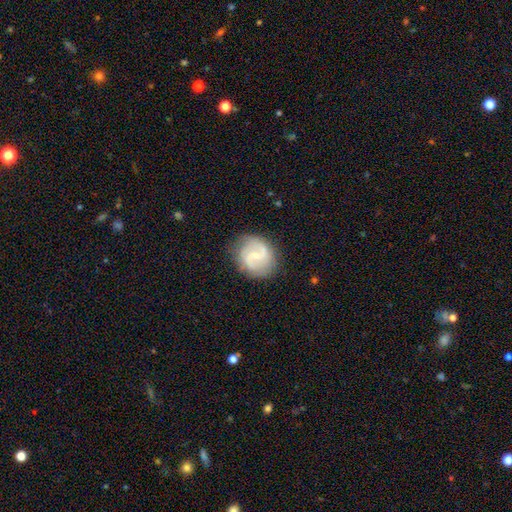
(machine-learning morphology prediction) This appears to be a featured or disk galaxy (77%) with a weak bar (57%), 2 (89%) medium (51%) spiral arms (94%) and a small central bulge (67%). Merging: none (80%).